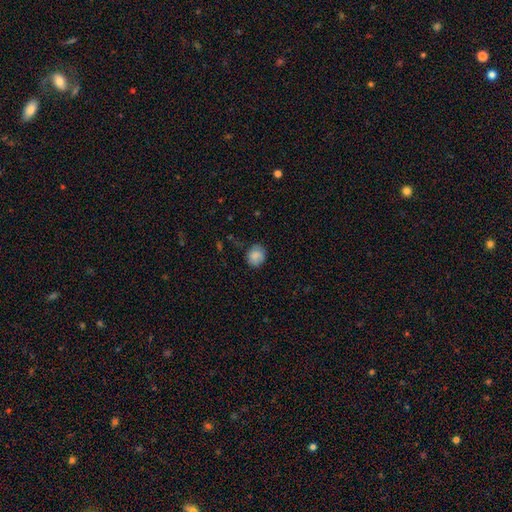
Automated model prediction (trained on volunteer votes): The model was most divided on "how rounded": round: 72%, in between: 27%, cigar-shaped: 1%. More confident: smooth or featured — smooth (81%); merging — none (74%).